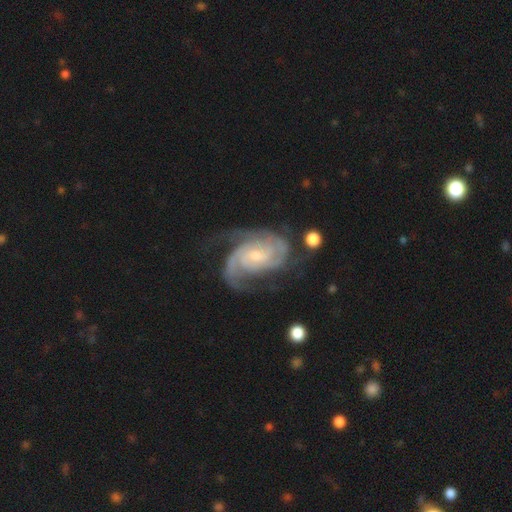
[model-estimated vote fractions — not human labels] Smooth or featured?
  - featured or disk: 92% *
  - star or artifact: 4%
  - smooth: 4%
Edge-on disk?
  - no: 97% *
  - yes: 3%
Bar?
  - no: 48% *
  - weak: 42%
  - strong: 10%
Spiral arms?
  - yes: 98% *
  - no: 2%
Spiral winding?
  - tight: 55% *
  - medium: 38%
  - loose: 7%
Spiral arm count?
  - 2: 40% *
  - 3: 30%
  - can't tell: 13%
  - 4: 7%
  - 1: 5%
  - more than 4: 5%
Bulge size?
  - small: 54% *
  - moderate: 39%
  - none: 3%
  - large: 2%
  - dominant: 1%
Merging?
  - none: 62% *
  - minor disturbance: 21%
  - major disturbance: 15%
  - merger: 3%